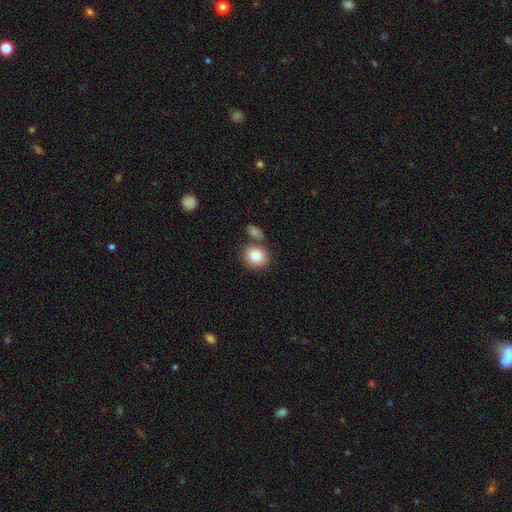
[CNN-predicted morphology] smooth-or-featured: smooth: 85% | star or artifact: 8% | featured or disk: 7%
  how-rounded: round: 72% | in between: 27% | cigar-shaped: 1%
  merging: none: 64% | merger: 21% | minor disturbance: 11% | major disturbance: 3%